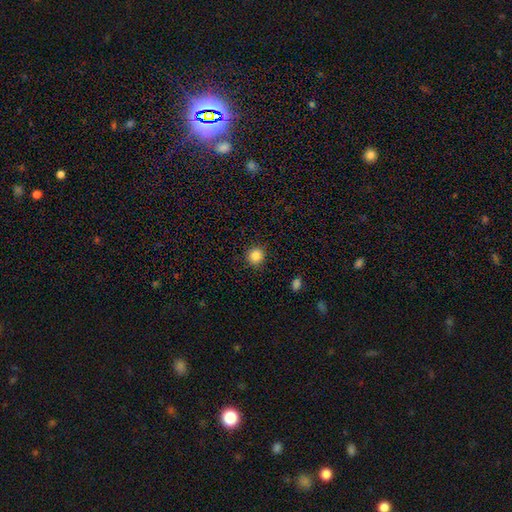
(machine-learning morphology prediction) Smooth or featured? Predicted: smooth (p=0.85). How rounded? Predicted: round (p=0.94). Merging? Predicted: none (p=0.91).